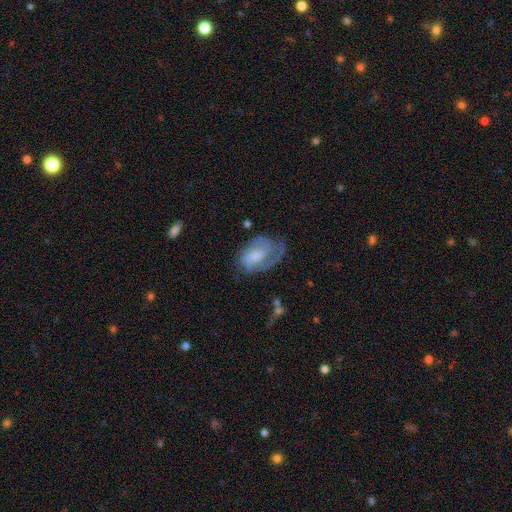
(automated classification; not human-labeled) Smooth or featured?
  - featured or disk: 58% *
  - smooth: 34%
  - star or artifact: 8%
Edge-on disk?
  - no: 96% *
  - yes: 4%
Bar?
  - no: 55% *
  - weak: 37%
  - strong: 8%
Spiral arms?
  - yes: 78% *
  - no: 22%
Bulge size?
  - moderate: 37% *
  - small: 28%
  - none: 20%
  - large: 13%
  - dominant: 2%
Merging?
  - none: 44% *
  - minor disturbance: 27%
  - major disturbance: 26%
  - merger: 3%